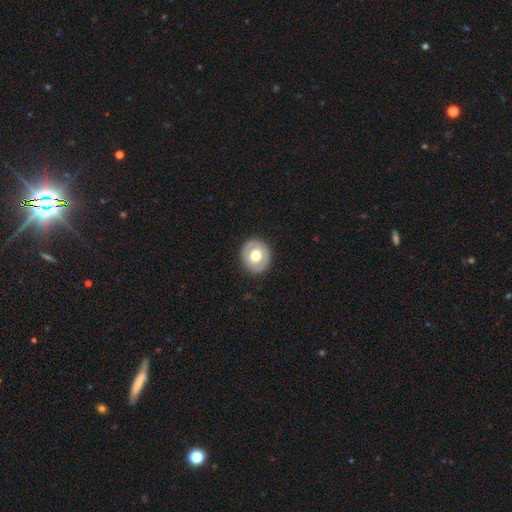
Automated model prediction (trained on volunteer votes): Smooth or featured? smooth (55%)
How rounded? round (80%)
Merging? none (87%)